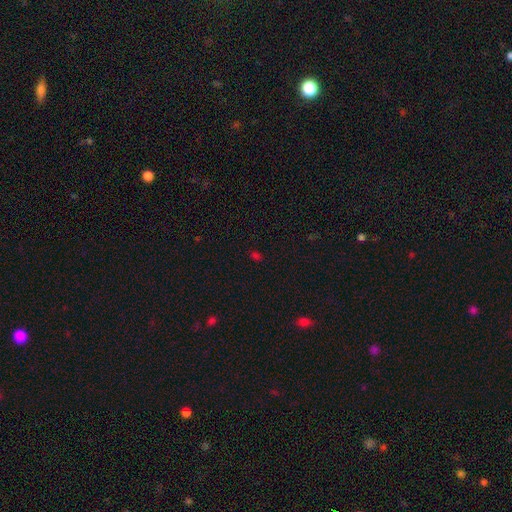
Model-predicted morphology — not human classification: Q: Smooth or featured?
A: smooth (54%); runner-up: star or artifact (41%)
Q: How rounded?
A: in between (62%); runner-up: round (36%)
Q: Merging?
A: none (82%); runner-up: minor disturbance (11%)